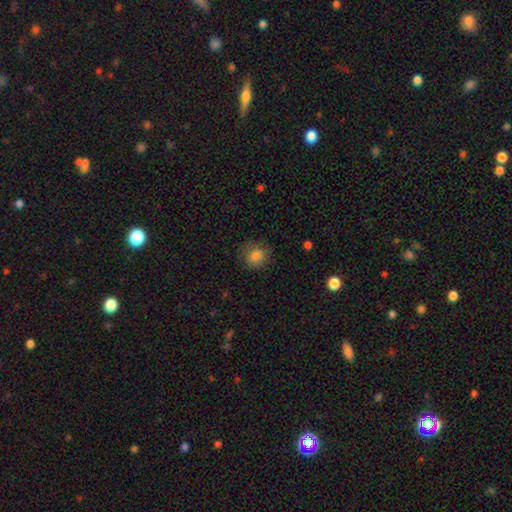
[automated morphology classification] This is clearly a smooth galaxy (82%). How rounded: likely round (71%). Merging: likely none (79%).